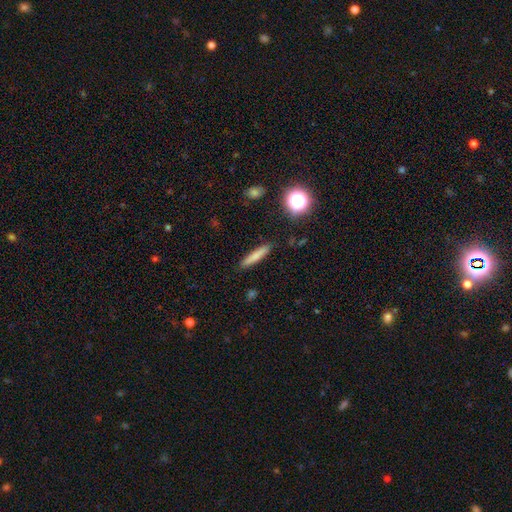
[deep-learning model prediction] This appears to be a smooth galaxy with no disk features (77%) that is cigar-shaped (90%). Merging: none (89%).